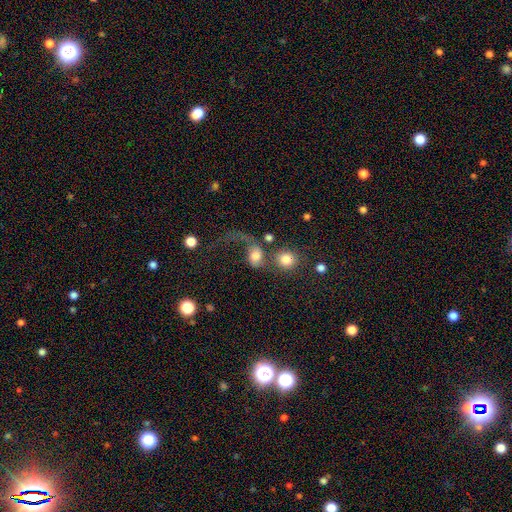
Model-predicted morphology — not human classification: Smooth or featured: smooth — 56% (featured or disk — 34%)
How rounded: round — 60% (in between — 38%)
Merging: merger — 36% (major disturbance — 35%)